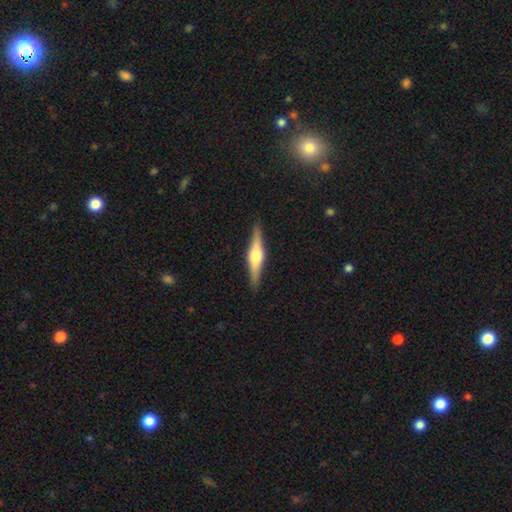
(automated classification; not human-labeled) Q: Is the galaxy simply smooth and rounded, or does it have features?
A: featured or disk — 68%.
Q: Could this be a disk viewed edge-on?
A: yes — 97%.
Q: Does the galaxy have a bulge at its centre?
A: rounded — 88%.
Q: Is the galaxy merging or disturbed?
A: none — 90%.